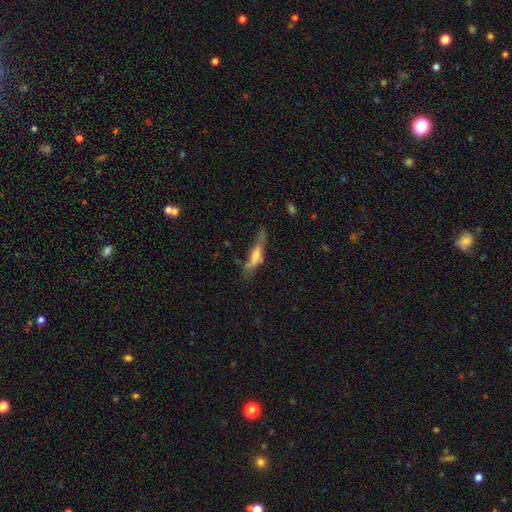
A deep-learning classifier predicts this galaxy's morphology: A smooth galaxy with no disk features (47%). Merging: none (53%).